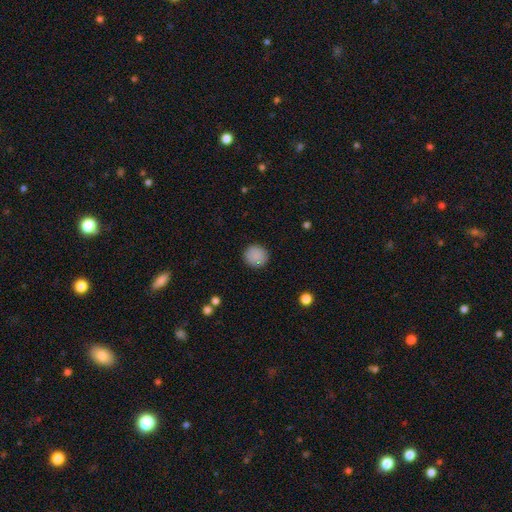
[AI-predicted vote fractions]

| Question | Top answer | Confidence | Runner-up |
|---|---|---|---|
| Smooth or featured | smooth | 88% | star or artifact (8%) |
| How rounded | round | 91% | in between (8%) |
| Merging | none | 90% | minor disturbance (7%) |